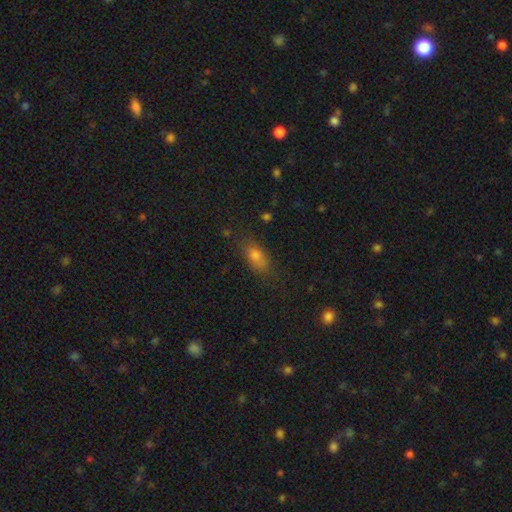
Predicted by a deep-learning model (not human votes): Smooth or featured? Predicted: smooth (p=0.75). How rounded? Predicted: in between (p=0.77). Merging? Predicted: none (p=0.72).